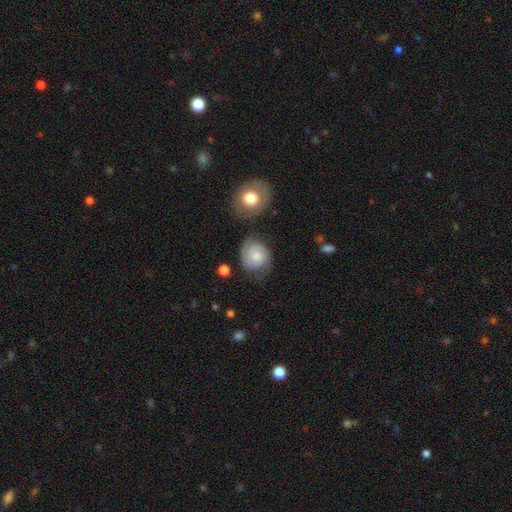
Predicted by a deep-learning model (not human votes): The model was most divided on "smooth or featured": featured or disk: 50%, smooth: 43%, star or artifact: 8%. More confident: merging — none (61%).